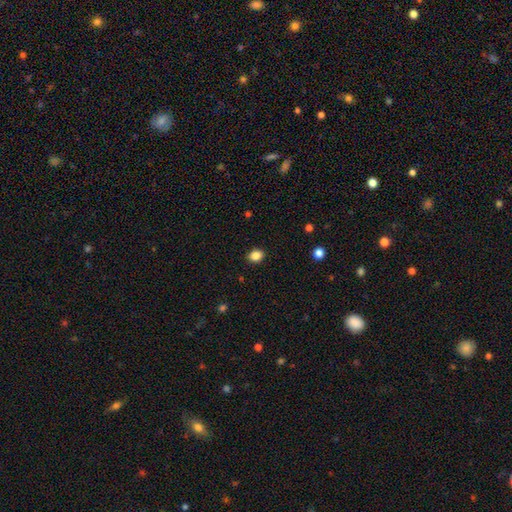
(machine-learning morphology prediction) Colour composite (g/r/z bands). It shows a smooth galaxy with no disk features (86%) that is in between round and cigar-shaped (55%). Merging: none (90%).